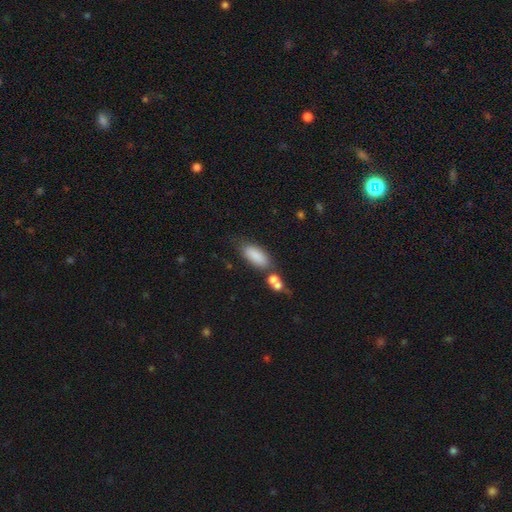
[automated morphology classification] Smooth or featured? smooth (85%)
How rounded? in between (78%)
Merging? none (60%)